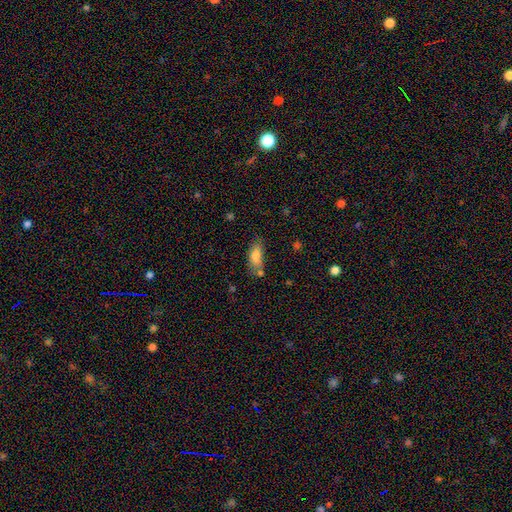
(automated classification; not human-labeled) Overall: smooth (78%). How rounded: in between (79%). Merging: none (58%; minor disturbance 21%).